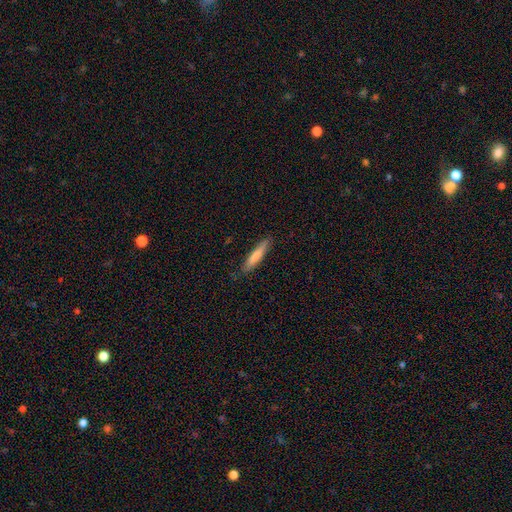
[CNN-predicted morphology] The model was most divided on "smooth or featured": smooth: 76%, featured or disk: 19%, star or artifact: 5%. More confident: how rounded — cigar-shaped (91%); merging — none (86%).